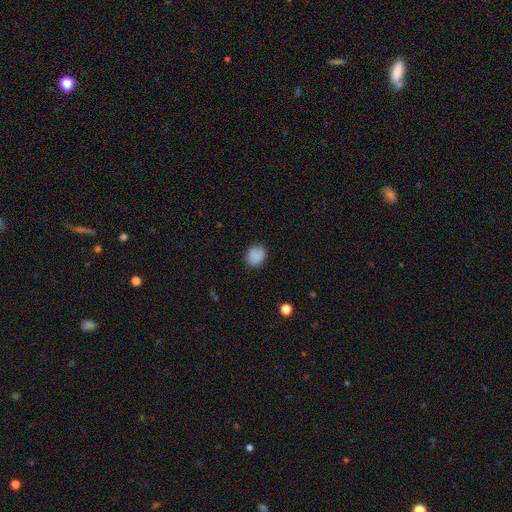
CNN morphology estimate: A smooth galaxy with no disk features (85%) that is round (62%). Merging: none (81%).